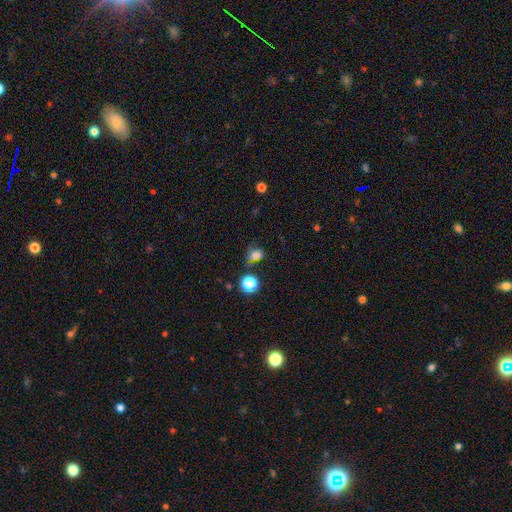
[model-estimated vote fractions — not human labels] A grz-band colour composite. It shows a smooth galaxy with no disk features (73%) that is round (55%). Merging: none (58%).